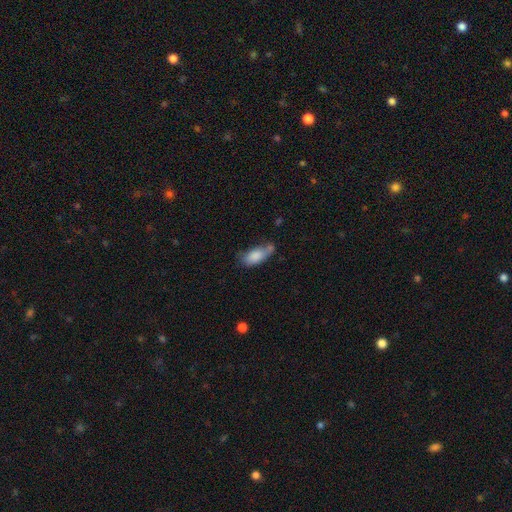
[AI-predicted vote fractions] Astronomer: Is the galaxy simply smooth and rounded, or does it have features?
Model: smooth — 82%.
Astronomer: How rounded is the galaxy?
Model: in between — 85%.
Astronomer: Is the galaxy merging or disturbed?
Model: none — 41% (runner-up: minor disturbance, 32%).